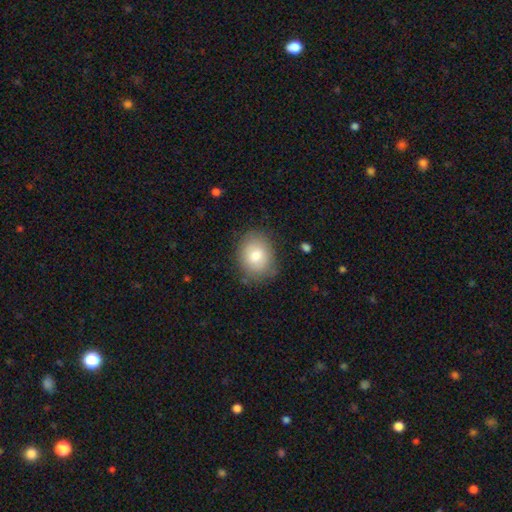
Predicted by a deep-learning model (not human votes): smooth-or-featured: smooth: 78% | featured or disk: 13% | star or artifact: 9%
  how-rounded: round: 55% | in between: 44% | cigar-shaped: 1%
  merging: none: 80% | minor disturbance: 15% | major disturbance: 4% | merger: 1%